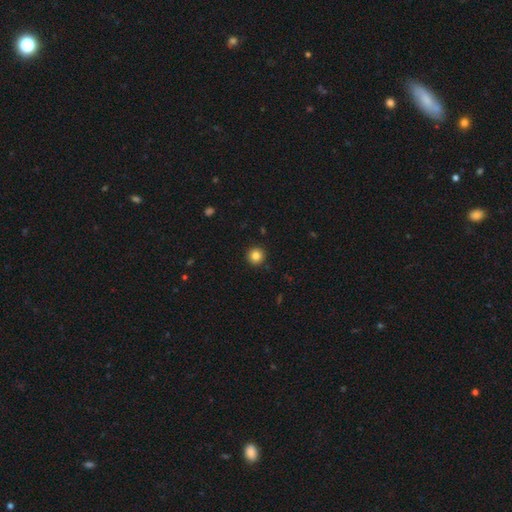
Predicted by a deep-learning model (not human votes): This appears to be a smooth galaxy with no disk features (83%) that is round (95%). Merging: none (93%).